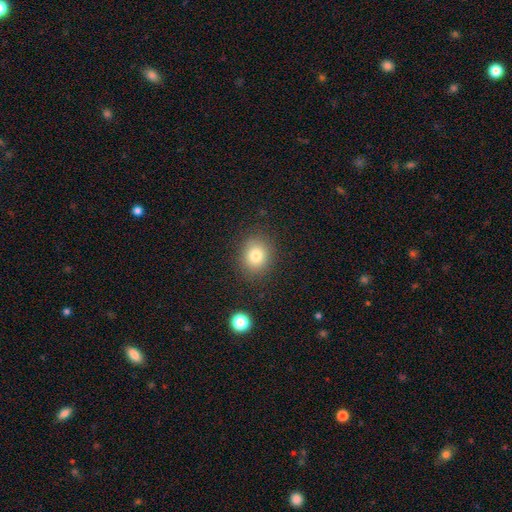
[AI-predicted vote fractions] This appears to be a smooth galaxy with no disk features (80%) that is round (65%). Merging: none (86%).